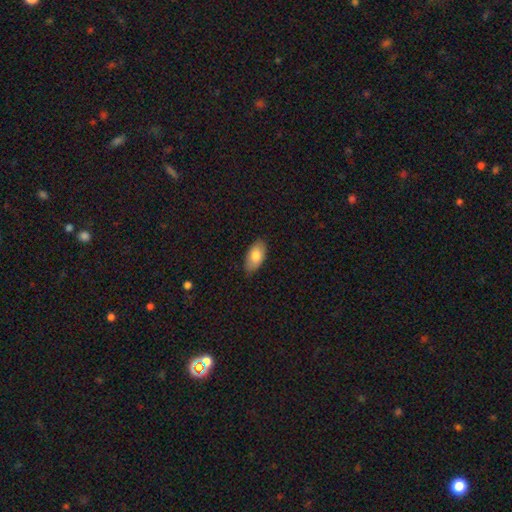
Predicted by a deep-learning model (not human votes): A smooth galaxy with no disk features (78%) that is in between round and cigar-shaped (93%). Merging: none (80%).